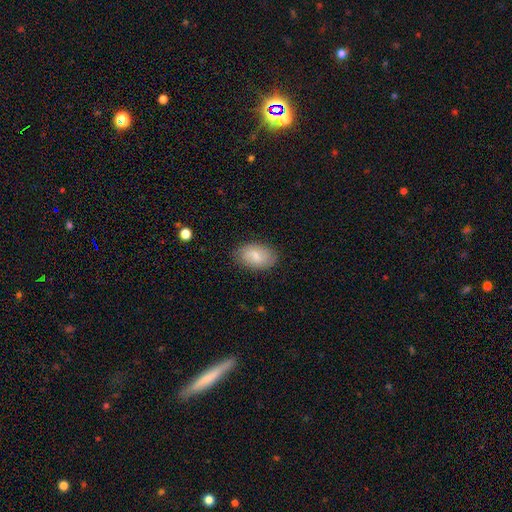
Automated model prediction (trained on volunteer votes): Smooth or featured: smooth — 73% (featured or disk — 20%)
How rounded: in between — 90% (round — 9%)
Merging: none — 83% (minor disturbance — 13%)